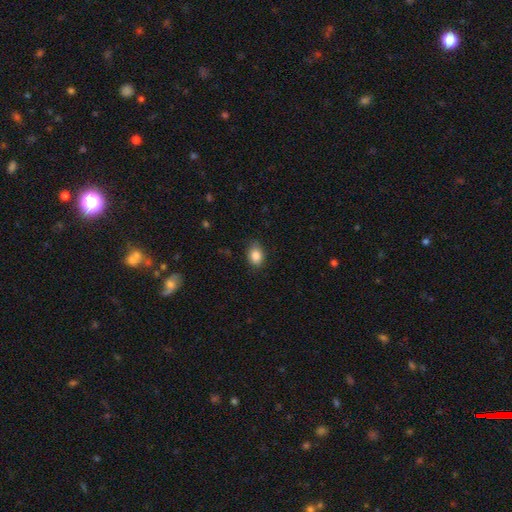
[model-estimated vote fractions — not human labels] Smooth or featured: smooth — 86% (star or artifact — 8%)
How rounded: in between — 74% (round — 25%)
Merging: none — 80% (minor disturbance — 16%)